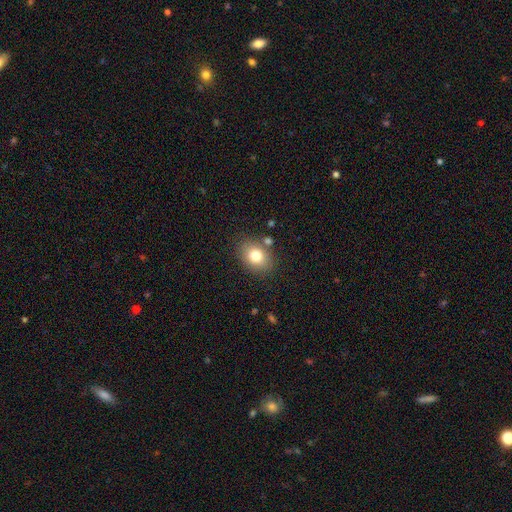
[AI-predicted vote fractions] Smooth or featured?
  - smooth: 78% *
  - featured or disk: 12%
  - star or artifact: 10%
How rounded?
  - in between: 67% *
  - round: 32%
  - cigar-shaped: 1%
Merging?
  - none: 80% *
  - minor disturbance: 12%
  - merger: 5%
  - major disturbance: 3%